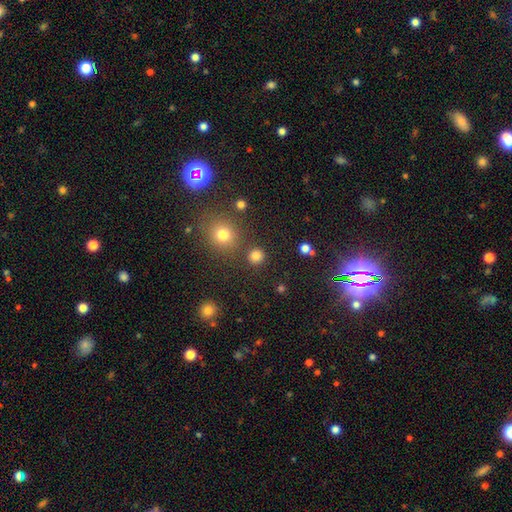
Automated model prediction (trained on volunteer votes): This is clearly a smooth galaxy (82%). How rounded: clearly round (92%). Merging: clearly none (87%).